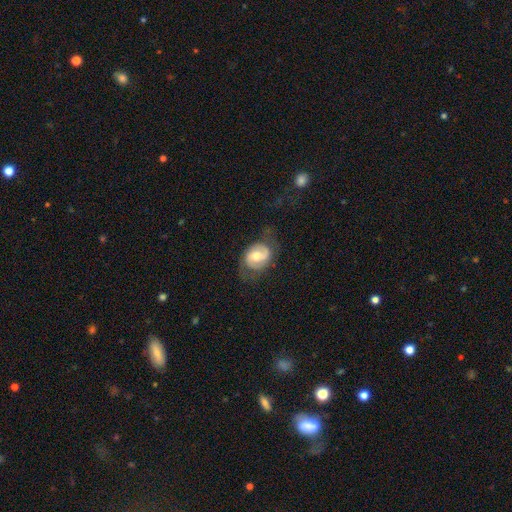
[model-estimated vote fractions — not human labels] Smooth or featured?
  - featured or disk: 62% *
  - smooth: 32%
  - star or artifact: 7%
Edge-on disk?
  - no: 97% *
  - yes: 3%
Bar?
  - no: 50% *
  - weak: 38%
  - strong: 12%
Spiral arms?
  - yes: 79% *
  - no: 21%
Bulge size?
  - moderate: 72% *
  - small: 18%
  - large: 8%
  - none: 1%
  - dominant: 1%
Merging?
  - none: 62% *
  - minor disturbance: 23%
  - major disturbance: 14%
  - merger: 1%